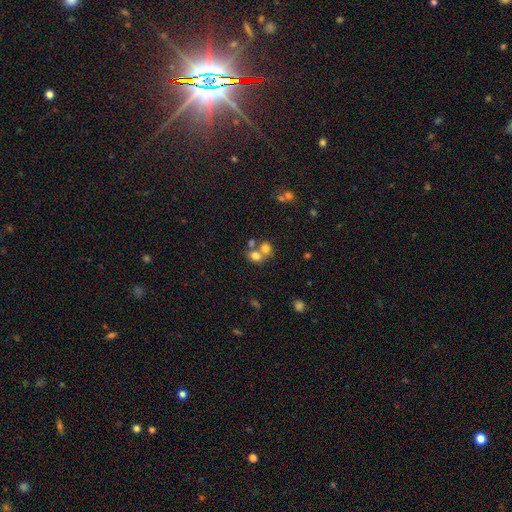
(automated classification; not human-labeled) A smooth galaxy with no disk features (74%) that is round (63%).

Vote fractions:
- Smooth or featured? smooth: 74% / star or artifact: 13% / featured or disk: 13%
- How rounded? round: 63% / in between: 36% / cigar-shaped: 1%
- Merging? merger: 54% / none: 35% / minor disturbance: 7% / major disturbance: 4%